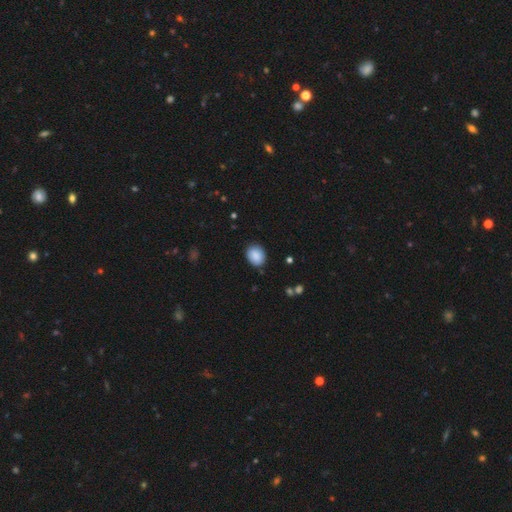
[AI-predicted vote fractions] Overall: smooth (88%). How rounded: in between (51%; round 48%). Merging: none (84%).